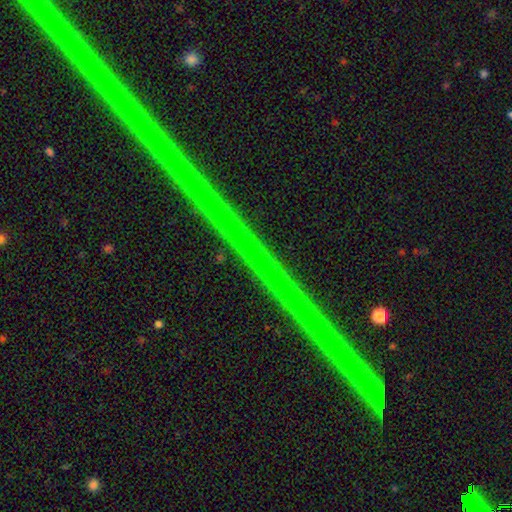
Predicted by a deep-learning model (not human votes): Smooth or featured? star or artifact (87%)